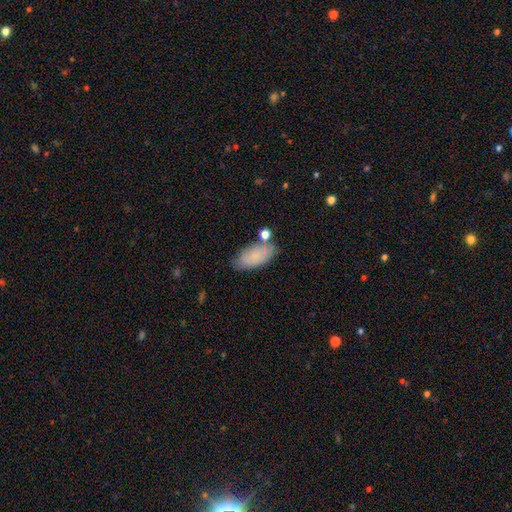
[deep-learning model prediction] A smooth galaxy with no disk features (82%) that is in between round and cigar-shaped (90%). Merging: none (67%).